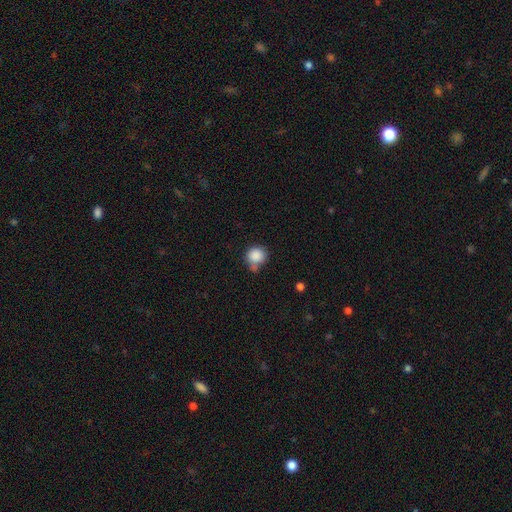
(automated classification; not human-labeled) This is clearly a smooth galaxy (86%). How rounded: clearly round (88%). Merging: possibly none (56%).